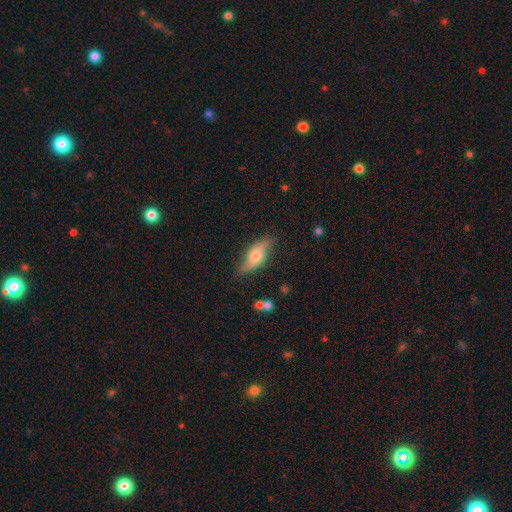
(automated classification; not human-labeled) Smooth or featured? featured or disk (51%)
Edge-on disk? no (57%)
Merging? none (75%)